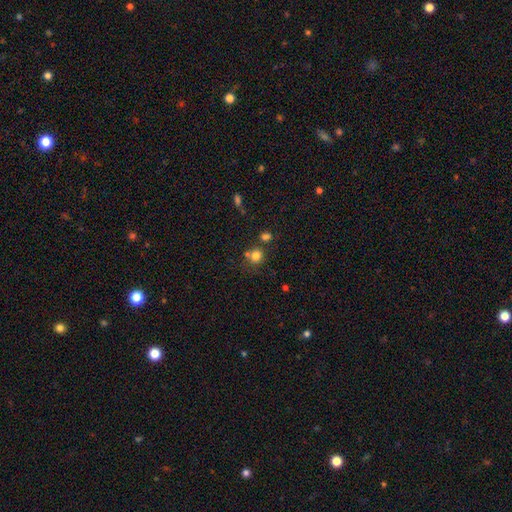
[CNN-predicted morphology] Q: Smooth or featured?
A: smooth (78%); runner-up: star or artifact (15%)
Q: How rounded?
A: round (85%); runner-up: in between (14%)
Q: Merging?
A: none (63%); runner-up: merger (21%)